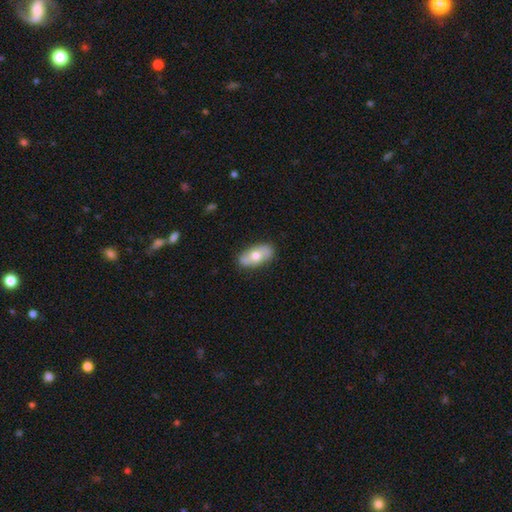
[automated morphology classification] This is possibly a smooth galaxy (58%). How rounded: clearly in between (89%). Merging: clearly none (82%).